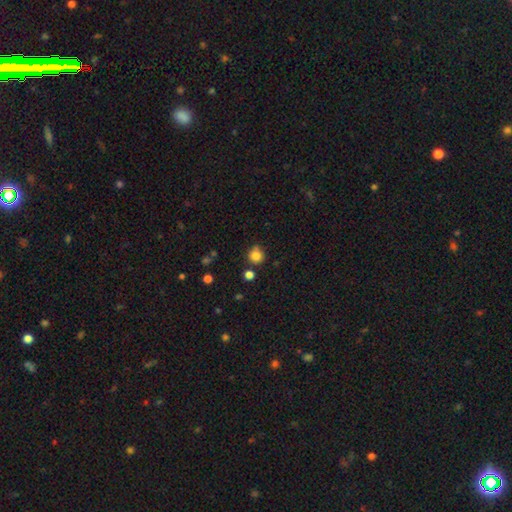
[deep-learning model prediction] This appears to be a smooth galaxy with no disk features (83%) that is round (91%). Merging: none (74%).